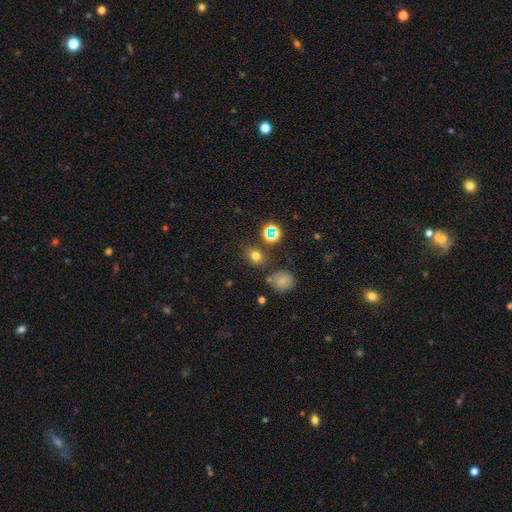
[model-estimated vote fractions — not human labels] Q: Smooth or featured?
A: smooth (70%); runner-up: star or artifact (22%)
Q: How rounded?
A: round (57%); runner-up: in between (42%)
Q: Merging?
A: none (78%); runner-up: minor disturbance (11%)